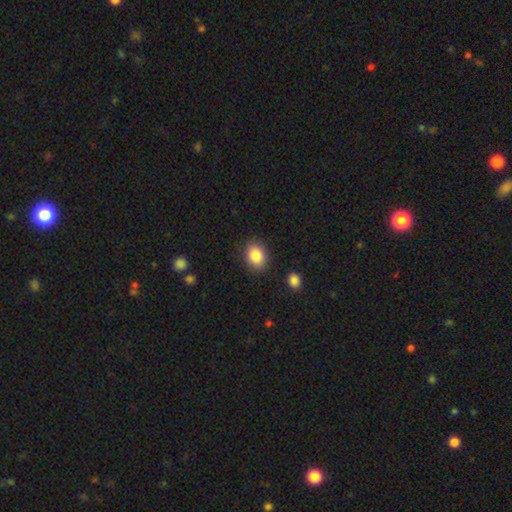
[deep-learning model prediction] Q: Smooth or featured?
A: smooth (87%); runner-up: star or artifact (8%)
Q: How rounded?
A: in between (56%); runner-up: round (43%)
Q: Merging?
A: none (87%); runner-up: minor disturbance (9%)